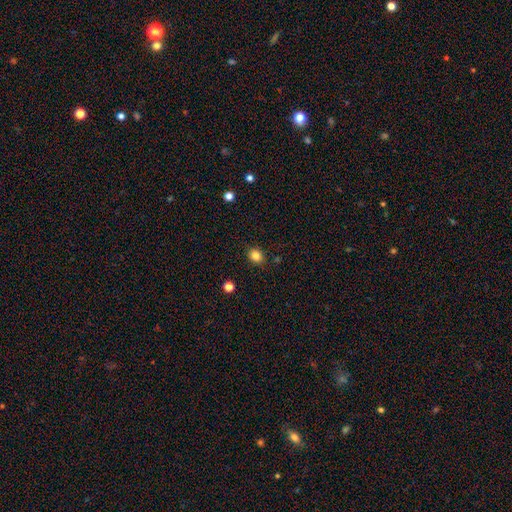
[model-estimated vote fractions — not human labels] The model was most divided on "how rounded": round: 62%, in between: 37%, cigar-shaped: 1%. More confident: merging — none (88%); smooth or featured — smooth (83%).